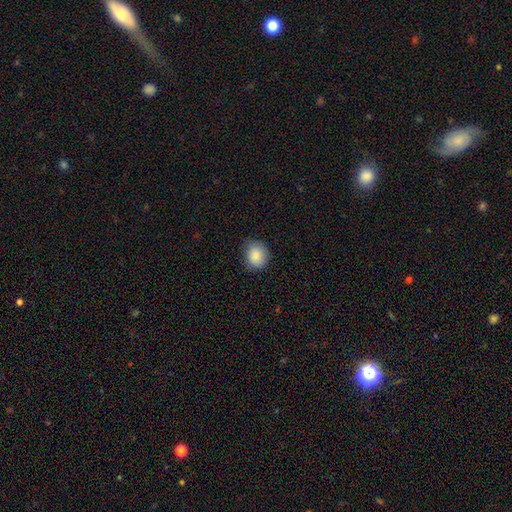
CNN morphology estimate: A smooth galaxy with no disk features (88%) that is round (66%). Merging: none (75%).